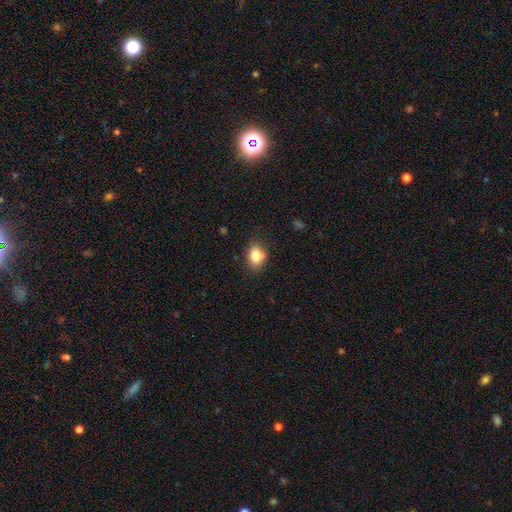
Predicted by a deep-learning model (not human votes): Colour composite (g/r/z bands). It shows a smooth galaxy with no disk features (84%) that is in between round and cigar-shaped (61%). Merging: none (79%).